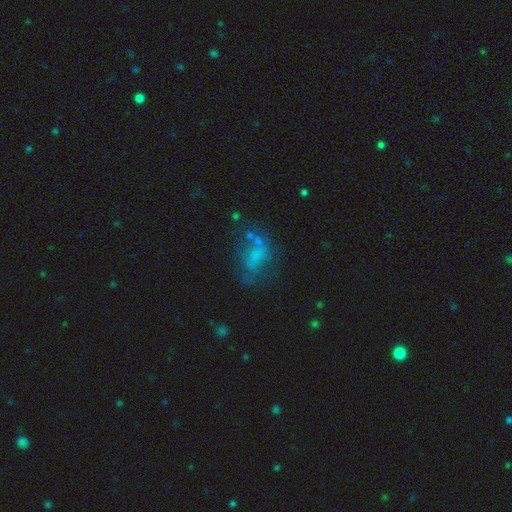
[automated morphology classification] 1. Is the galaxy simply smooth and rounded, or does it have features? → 43% smooth, 38% featured or disk, 19% star or artifact.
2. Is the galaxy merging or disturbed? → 42% none, 27% major disturbance, 21% minor disturbance, 10% merger.